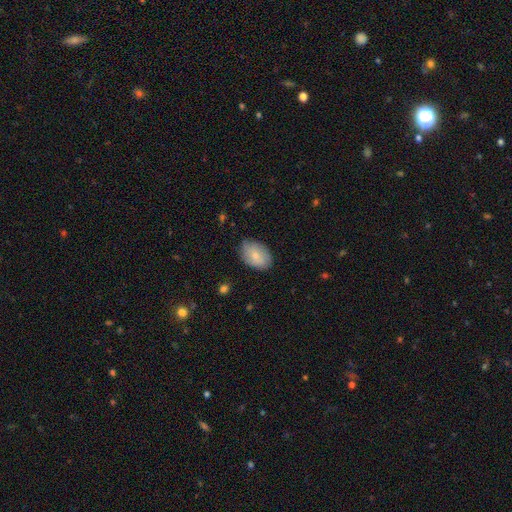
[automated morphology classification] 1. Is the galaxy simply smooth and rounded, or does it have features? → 68% smooth, 26% featured or disk, 7% star or artifact.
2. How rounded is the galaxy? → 86% in between, 12% round, 1% cigar-shaped.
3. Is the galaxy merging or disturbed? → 77% none, 18% minor disturbance, 4% major disturbance, 1% merger.